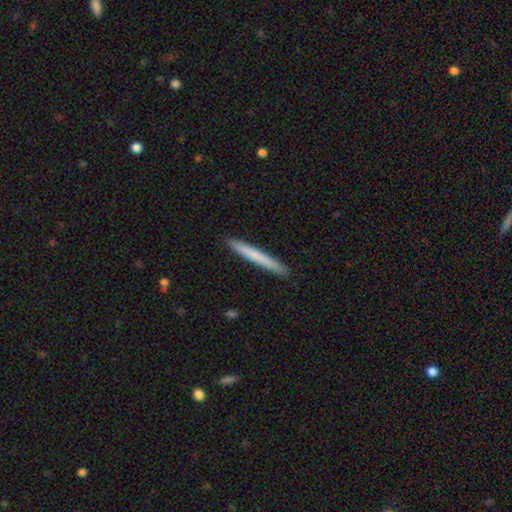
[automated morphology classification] Smooth or featured? smooth (70%)
How rounded? cigar-shaped (97%)
Merging? none (92%)